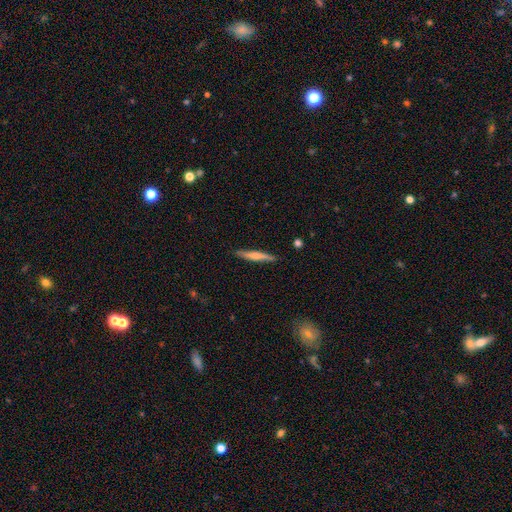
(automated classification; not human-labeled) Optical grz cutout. It shows a smooth galaxy with no disk features (54%) that is cigar-shaped (93%). Merging: none (86%).